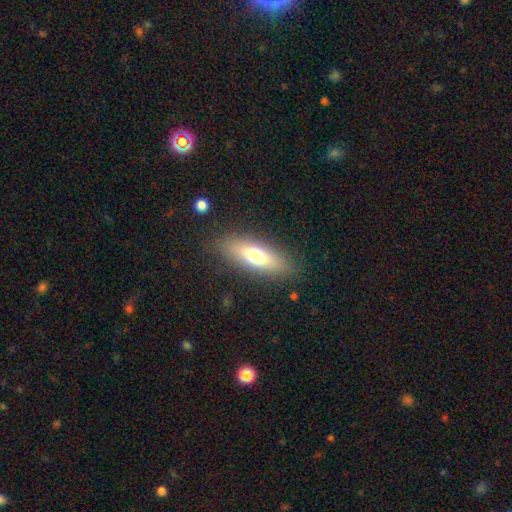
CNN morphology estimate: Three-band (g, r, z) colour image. It shows a smooth galaxy with no disk features (68%) that is in between round and cigar-shaped (58%). Merging: none (84%).